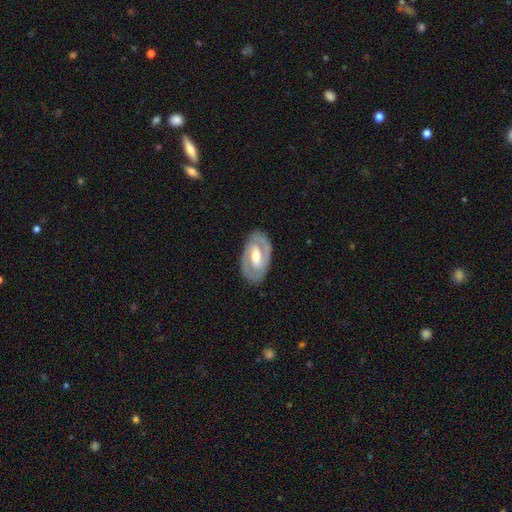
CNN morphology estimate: Smooth or featured?
  - featured or disk: 79% *
  - smooth: 16%
  - star or artifact: 4%
Edge-on disk?
  - no: 95% *
  - yes: 5%
Bar?
  - weak: 43% *
  - strong: 34%
  - no: 23%
Spiral arms?
  - yes: 77% *
  - no: 23%
Spiral winding?
  - tight: 48% *
  - medium: 41%
  - loose: 11%
Spiral arm count?
  - 2: 84% *
  - can't tell: 9%
  - 1: 4%
  - 3: 1%
  - 4: 1%
  - more than 4: 1%
Bulge size?
  - moderate: 67% *
  - small: 19%
  - large: 12%
  - none: 1%
  - dominant: 1%
Merging?
  - none: 86% *
  - minor disturbance: 10%
  - major disturbance: 3%
  - merger: 1%